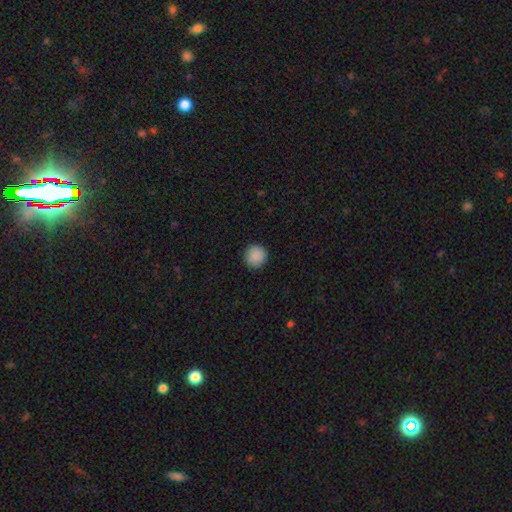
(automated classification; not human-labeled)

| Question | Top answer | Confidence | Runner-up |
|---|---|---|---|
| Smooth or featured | smooth | 89% | star or artifact (8%) |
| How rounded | round | 94% | in between (5%) |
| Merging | none | 92% | minor disturbance (6%) |